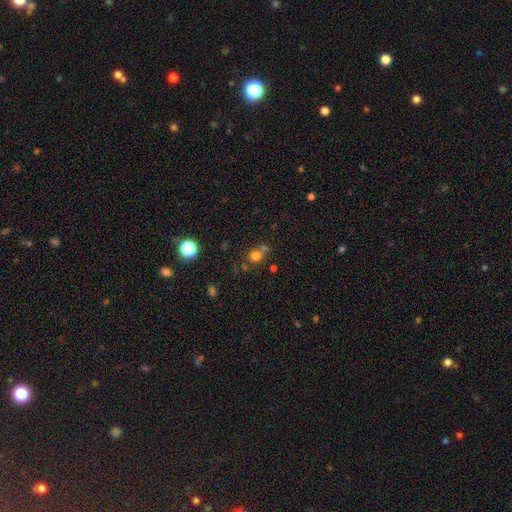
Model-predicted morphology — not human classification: A smooth galaxy with no disk features (70%) that is round (82%).

Vote fractions:
- Smooth or featured? smooth: 70% / star or artifact: 19% / featured or disk: 10%
- How rounded? round: 82% / in between: 17% / cigar-shaped: 1%
- Merging? none: 53% / merger: 30% / minor disturbance: 12% / major disturbance: 5%